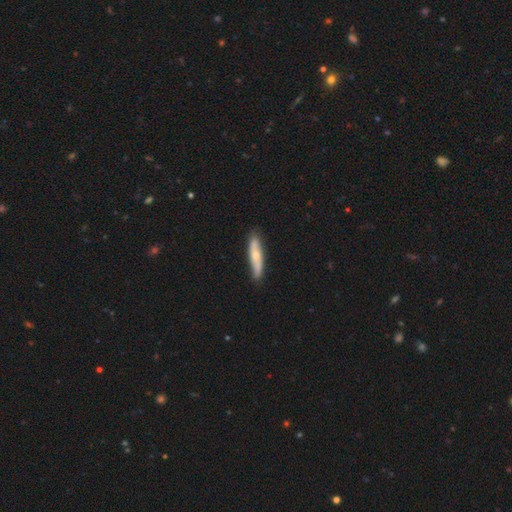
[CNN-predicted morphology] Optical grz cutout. It shows a smooth galaxy with no disk features (52%) that is cigar-shaped (81%). Merging: none (83%).